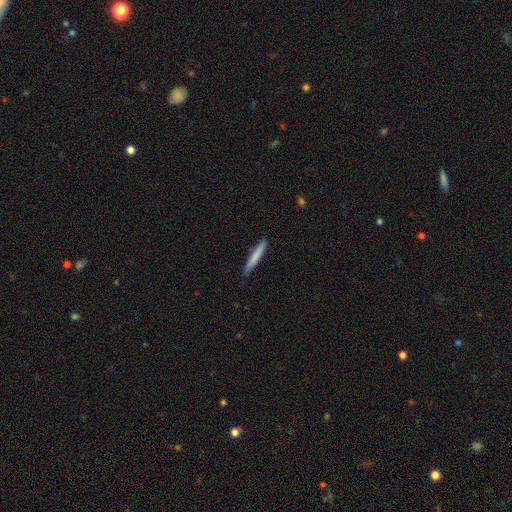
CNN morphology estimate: smooth_or_featured: smooth (p=0.76) [alt: featured or disk p=0.19]
how_rounded: cigar-shaped (p=0.95) [alt: in between p=0.03]
merging: none (p=0.88) [alt: minor disturbance p=0.10]